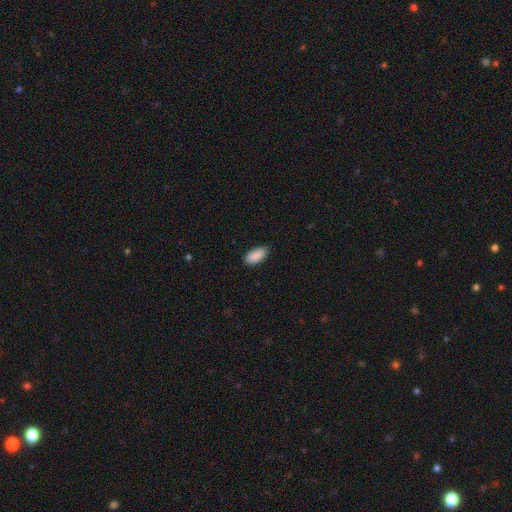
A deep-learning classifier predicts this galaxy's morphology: smooth 90%, star or artifact 6%, featured or disk 3%. Down the decision tree: how rounded — in between (92%); merging — none (84%).